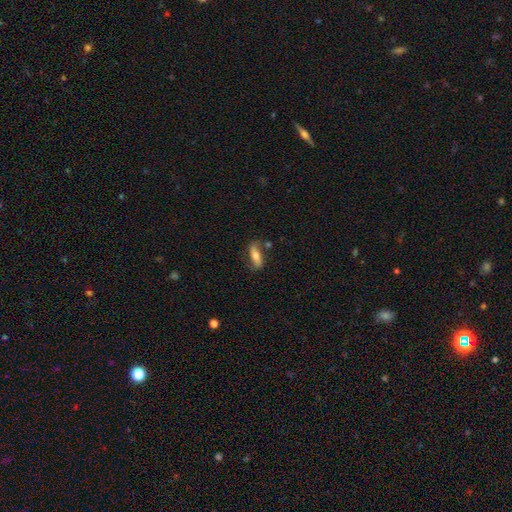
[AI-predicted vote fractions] This is possibly a smooth galaxy (54%). How rounded: likely in between (60%). Merging: likely none (65%).